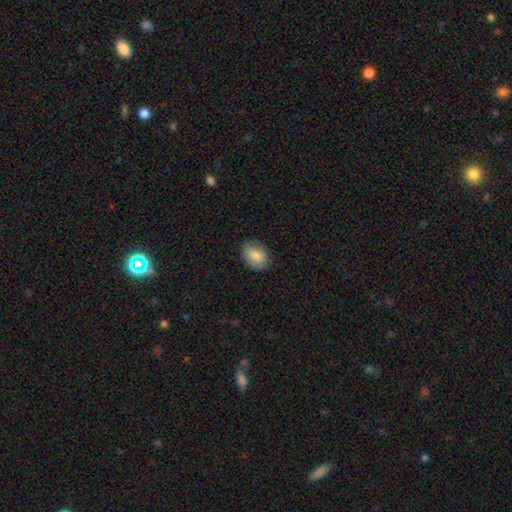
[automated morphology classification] Smooth or featured: smooth — 85% (featured or disk — 8%)
How rounded: in between — 73% (round — 26%)
Merging: none — 79% (minor disturbance — 16%)